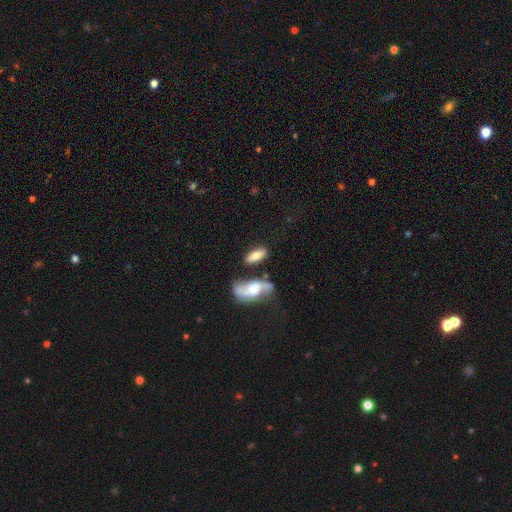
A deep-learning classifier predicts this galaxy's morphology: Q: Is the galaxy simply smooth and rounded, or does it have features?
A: smooth — 70%.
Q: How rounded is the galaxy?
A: in between — 78%.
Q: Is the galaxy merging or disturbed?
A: none — 66%.